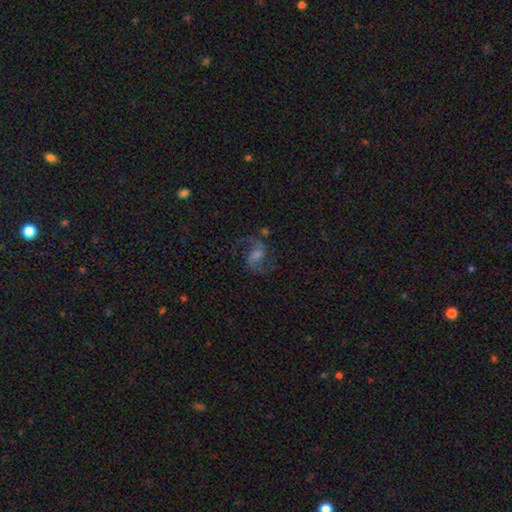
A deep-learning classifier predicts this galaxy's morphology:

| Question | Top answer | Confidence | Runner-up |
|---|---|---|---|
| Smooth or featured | featured or disk | 76% | smooth (12%) |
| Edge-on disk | no | 97% | yes (3%) |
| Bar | weak | 50% | no (32%) |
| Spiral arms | yes | 95% | no (5%) |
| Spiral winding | loose | 52% | medium (41%) |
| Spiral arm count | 2 | 91% | can't tell (3%) |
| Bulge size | small | 38% | moderate (37%) |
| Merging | none | 71% | minor disturbance (15%) |